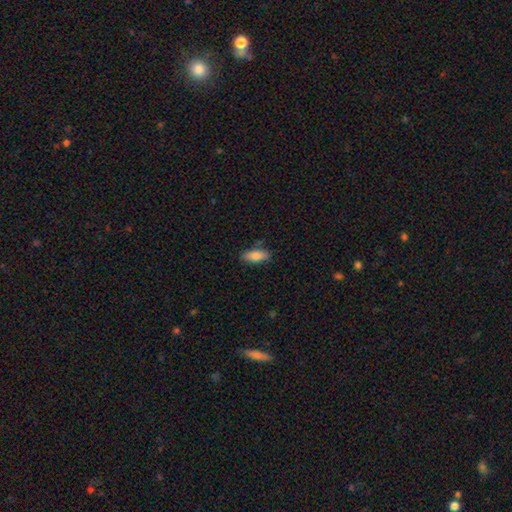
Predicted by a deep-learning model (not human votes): Smooth or featured: smooth — 82% (featured or disk — 11%)
How rounded: in between — 75% (cigar-shaped — 22%)
Merging: none — 81% (minor disturbance — 13%)